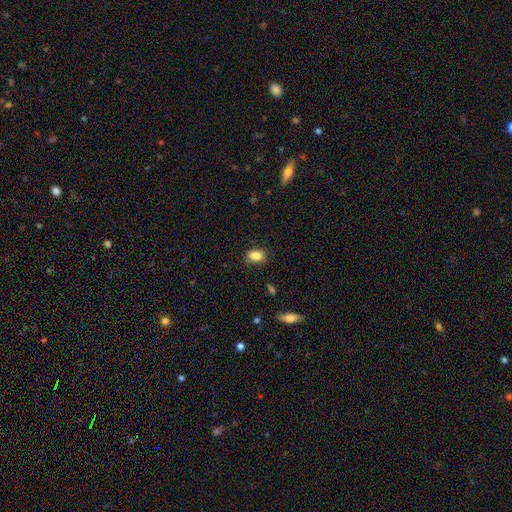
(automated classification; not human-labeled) Smooth or featured: smooth — 87% (star or artifact — 9%)
How rounded: in between — 82% (round — 17%)
Merging: none — 82% (minor disturbance — 14%)